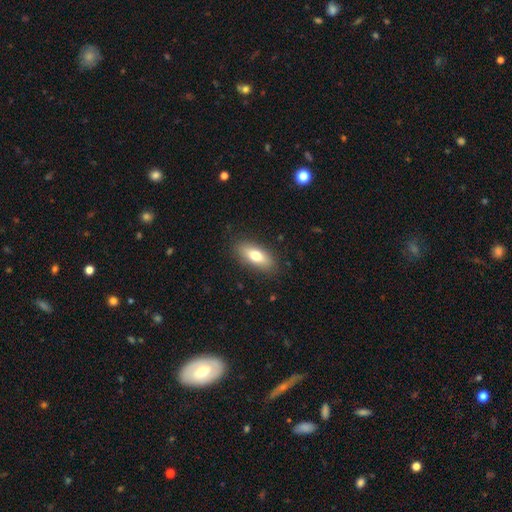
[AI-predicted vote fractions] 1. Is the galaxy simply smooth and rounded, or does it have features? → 73% smooth, 20% featured or disk, 7% star or artifact.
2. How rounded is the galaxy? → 78% in between, 19% cigar-shaped, 3% round.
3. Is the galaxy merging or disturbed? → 86% none, 10% minor disturbance, 3% major disturbance, 1% merger.